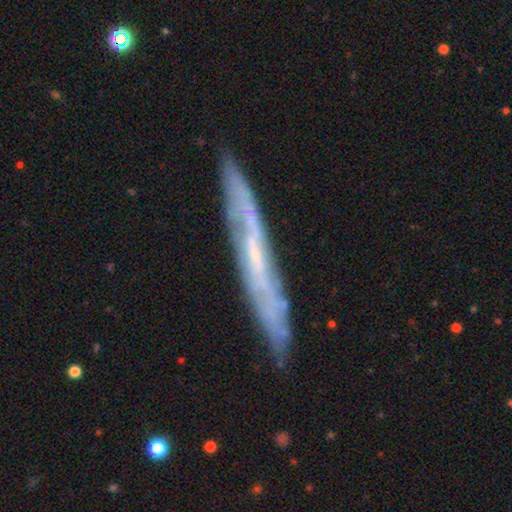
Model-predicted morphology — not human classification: A featured or disk galaxy (71%) viewed edge-on (73%) with no central bulge (80%). Merging: none (81%).